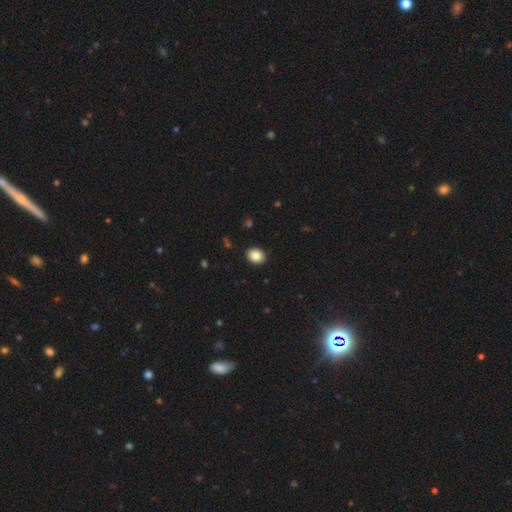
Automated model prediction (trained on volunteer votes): smooth 85%, star or artifact 9%, featured or disk 6%. Down the decision tree: how rounded — in between (50%); merging — none (91%).